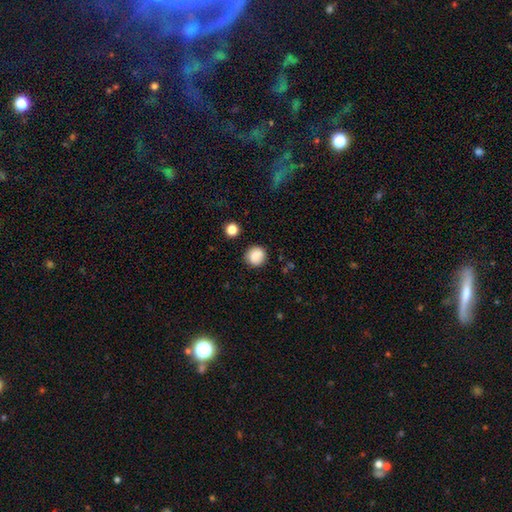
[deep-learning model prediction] Smooth or featured? Predicted: smooth (p=0.85). How rounded? Predicted: round (p=0.88). Merging? Predicted: none (p=0.86).